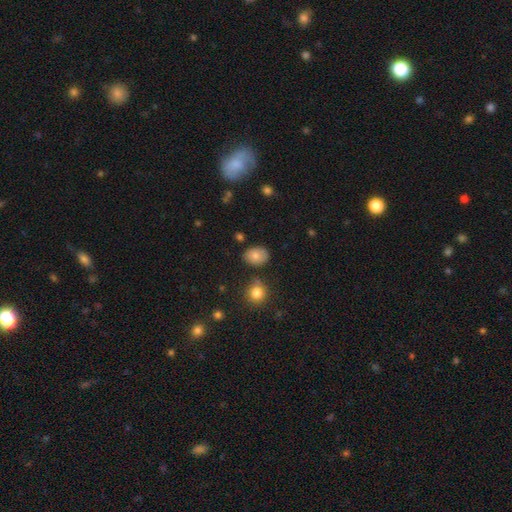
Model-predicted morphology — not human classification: The model was most divided on "how rounded": in between: 71%, round: 28%, cigar-shaped: 1%. More confident: smooth or featured — smooth (81%); merging — none (79%).